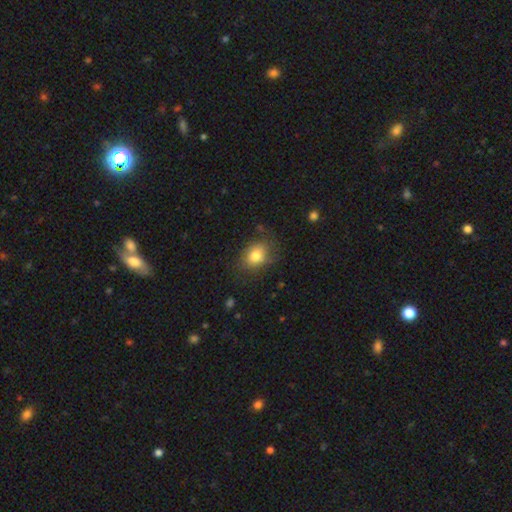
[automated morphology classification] A smooth galaxy with no disk features (80%) that is in between round and cigar-shaped (61%). Merging: none (70%).